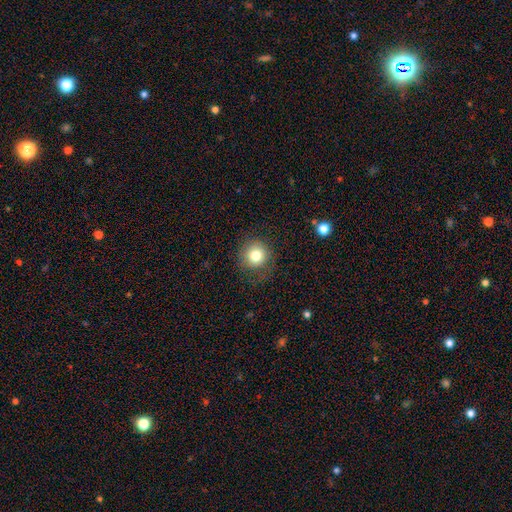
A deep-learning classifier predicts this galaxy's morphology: Smooth or featured?
  - smooth: 79% *
  - star or artifact: 11%
  - featured or disk: 10%
How rounded?
  - round: 93% *
  - in between: 7%
  - cigar-shaped: 1%
Merging?
  - none: 79% *
  - minor disturbance: 13%
  - major disturbance: 6%
  - merger: 1%